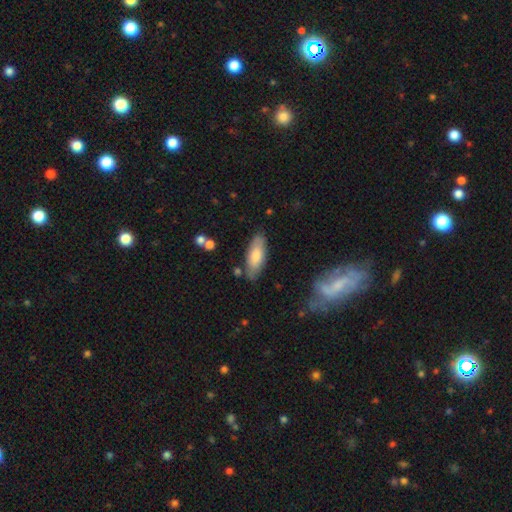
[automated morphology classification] Smooth or featured? smooth (71%)
How rounded? in between (76%)
Merging? none (77%)